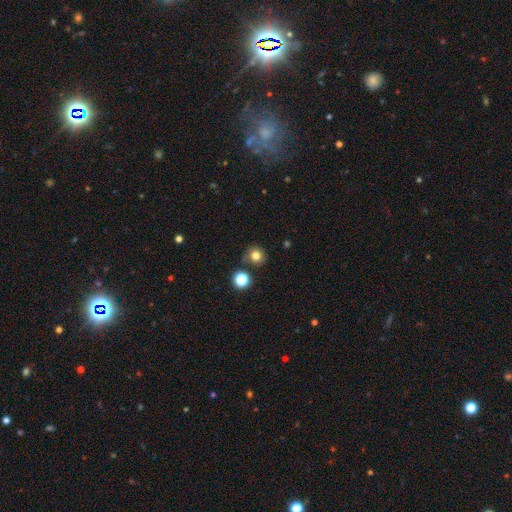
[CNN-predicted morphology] Smooth or featured? smooth (78%)
How rounded? round (91%)
Merging? none (78%)